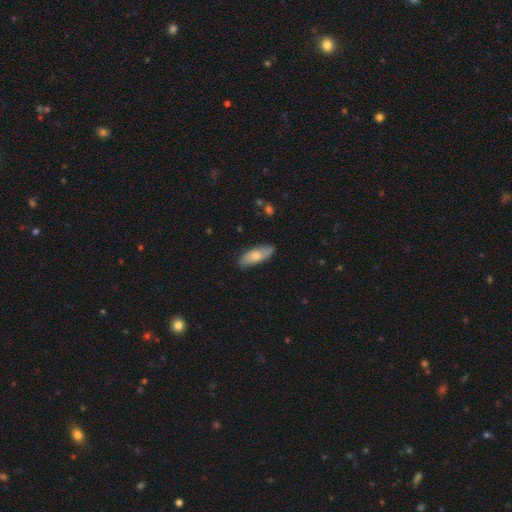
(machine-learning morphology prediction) Smooth or featured? smooth (64%)
How rounded? in between (69%)
Merging? none (81%)